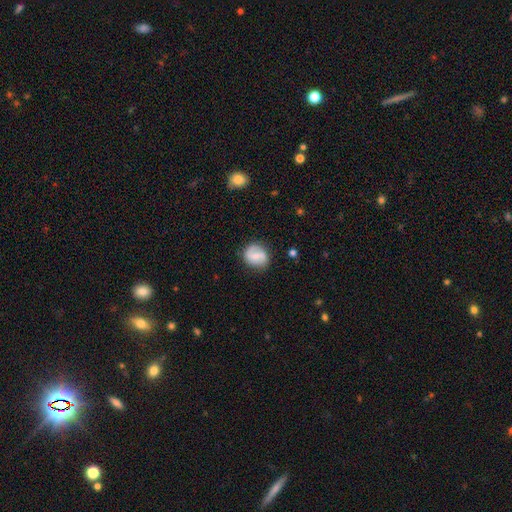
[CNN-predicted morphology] This appears to be a featured or disk galaxy (51%). Merging: none (78%).